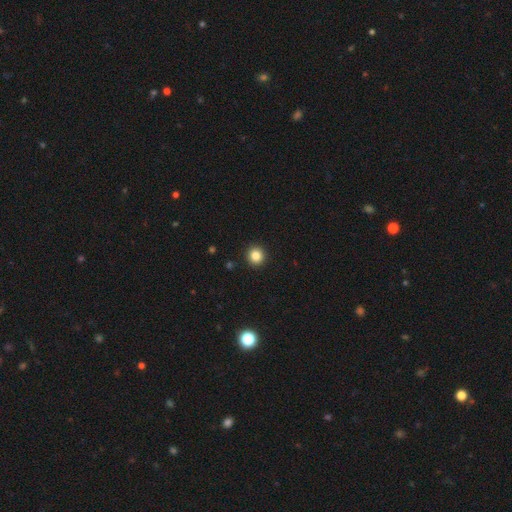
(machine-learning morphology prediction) This is clearly a smooth galaxy (84%). How rounded: clearly round (93%). Merging: clearly none (93%).